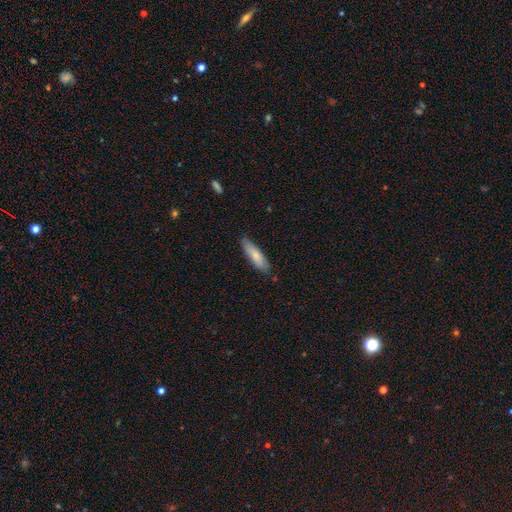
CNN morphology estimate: This is likely a smooth galaxy (78%). How rounded: likely cigar-shaped (62%). Merging: likely none (77%).